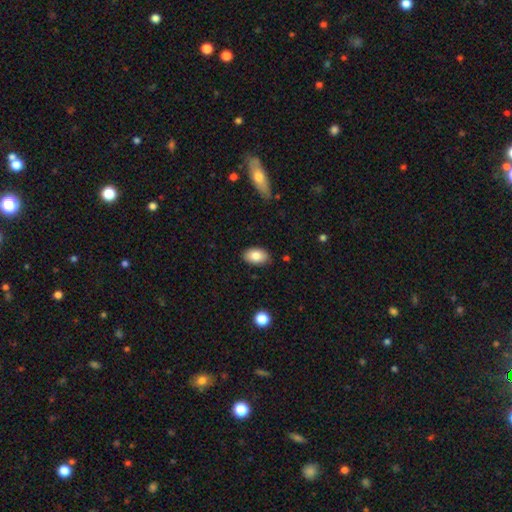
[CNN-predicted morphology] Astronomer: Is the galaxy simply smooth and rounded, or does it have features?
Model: smooth — 83%.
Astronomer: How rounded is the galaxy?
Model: in between — 90%.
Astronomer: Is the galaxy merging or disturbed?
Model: none — 86%.